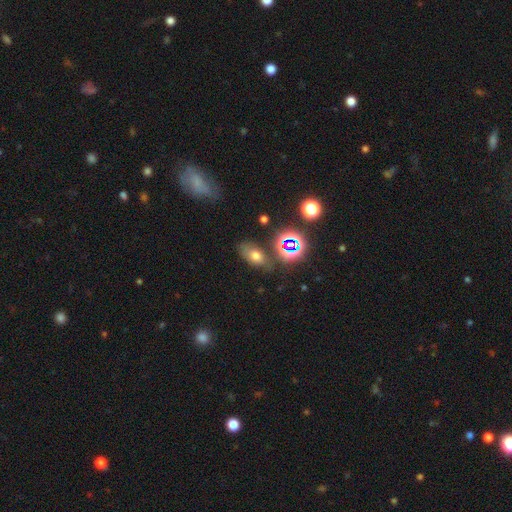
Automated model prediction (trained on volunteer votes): Smooth or featured? Predicted: smooth (p=0.60). How rounded? Predicted: in between (p=0.83). Merging? Predicted: none (p=0.69).